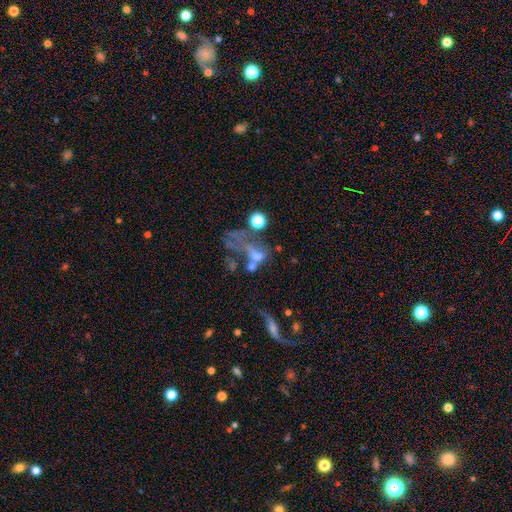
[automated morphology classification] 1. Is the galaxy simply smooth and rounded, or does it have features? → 43% smooth, 37% featured or disk, 20% star or artifact.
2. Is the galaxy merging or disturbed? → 38% merger, 37% major disturbance, 15% none, 10% minor disturbance.